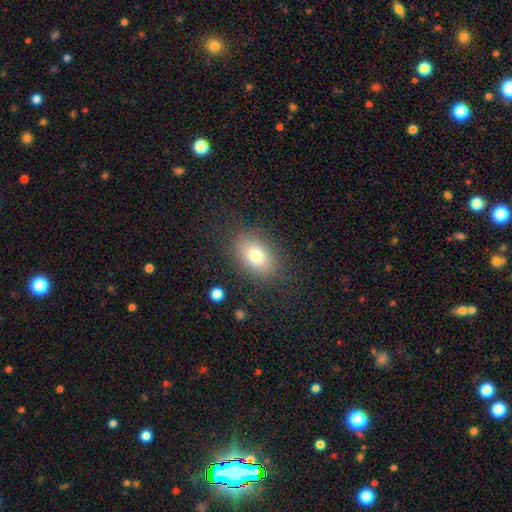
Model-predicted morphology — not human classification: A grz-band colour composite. It shows a smooth galaxy with no disk features (77%) that is in between round and cigar-shaped (84%). Merging: none (82%).